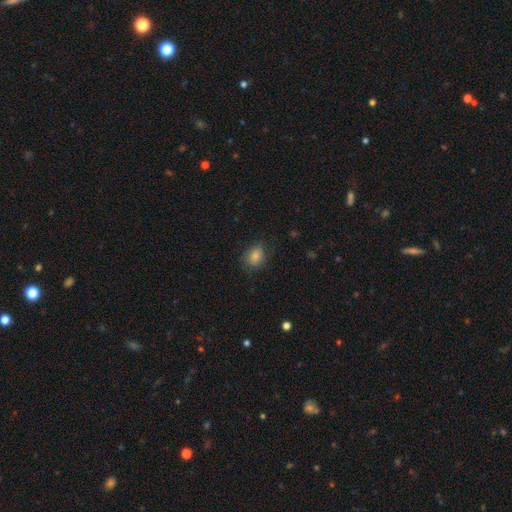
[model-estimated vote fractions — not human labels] This is likely a smooth galaxy (79%). How rounded: possibly in between (53%). Merging: likely none (78%).